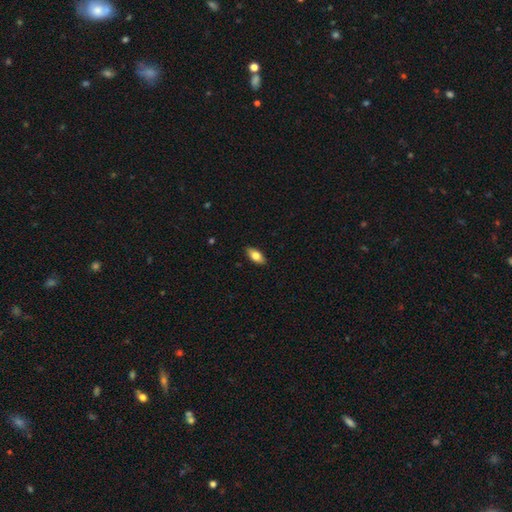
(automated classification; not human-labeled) smooth 75%, featured or disk 19%, star or artifact 7%. Down the decision tree: how rounded — in between (87%); merging — none (88%).